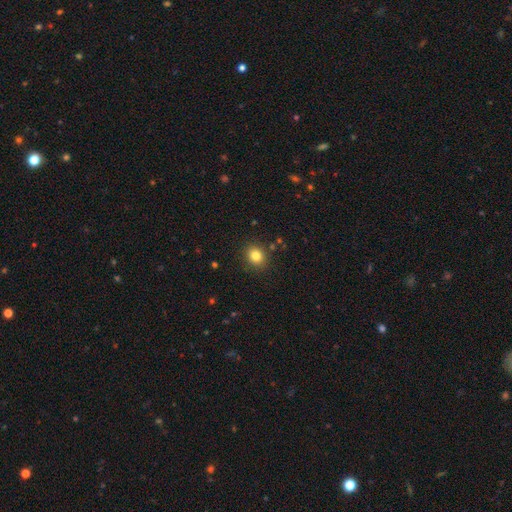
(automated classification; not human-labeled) Smooth or featured? smooth (82%)
How rounded? round (74%)
Merging? none (89%)